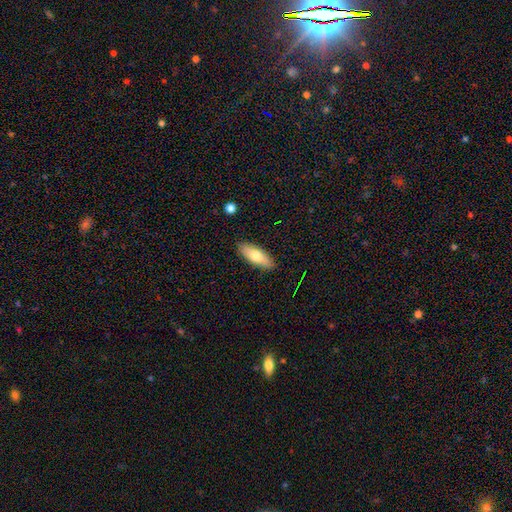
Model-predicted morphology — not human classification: smooth-or-featured: smooth: 72% | featured or disk: 22% | star or artifact: 6%
  how-rounded: in between: 70% | cigar-shaped: 28% | round: 2%
  merging: none: 88% | minor disturbance: 9% | major disturbance: 2% | merger: 1%